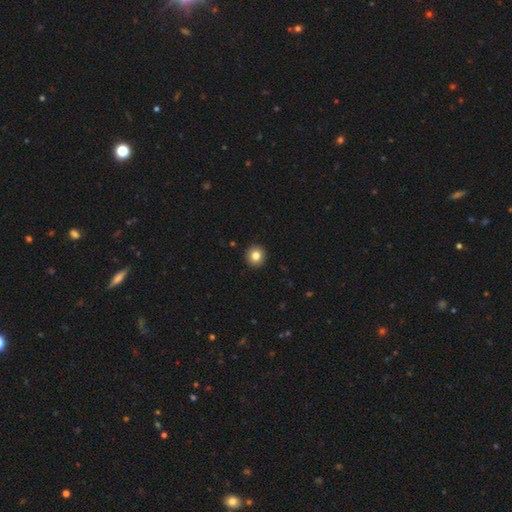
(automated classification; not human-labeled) smooth 83%, star or artifact 10%, featured or disk 7%. Down the decision tree: how rounded — round (93%); merging — none (93%).